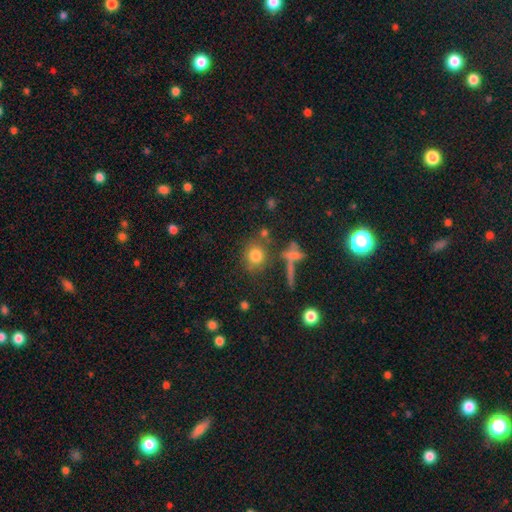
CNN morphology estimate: A smooth galaxy with no disk features (77%) that is round (77%).

Vote fractions:
- Smooth or featured? smooth: 77% / star or artifact: 13% / featured or disk: 10%
- How rounded? round: 77% / in between: 20% / cigar-shaped: 3%
- Merging? none: 71% / merger: 12% / minor disturbance: 11% / major disturbance: 6%